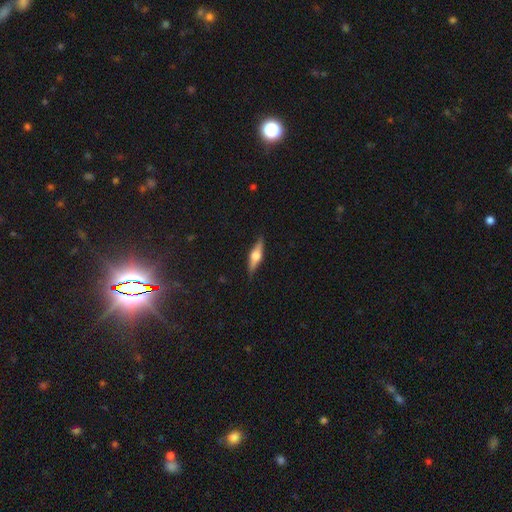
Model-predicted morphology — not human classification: Smooth or featured: featured or disk — 66% (smooth — 28%)
Edge-on disk: yes — 96% (no — 4%)
Edge-on bulge: rounded — 94% (boxy — 4%)
Merging: none — 88% (minor disturbance — 9%)